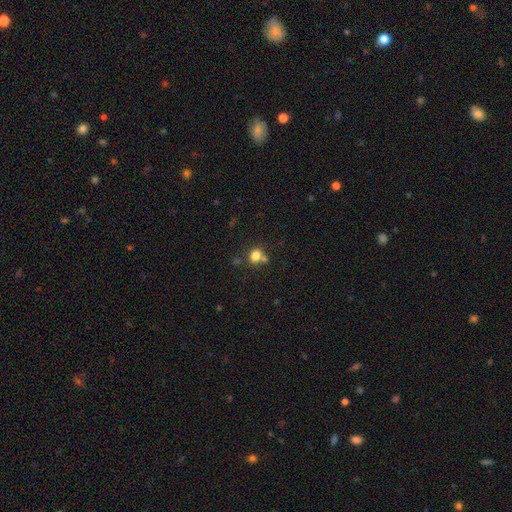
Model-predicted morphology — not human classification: type=smooth (79%); roundness=round (68%); merging=none (57%).